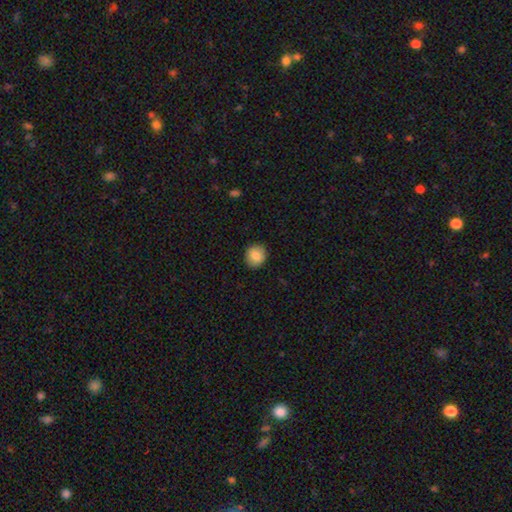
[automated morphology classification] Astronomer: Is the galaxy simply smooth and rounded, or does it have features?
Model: smooth — 83%.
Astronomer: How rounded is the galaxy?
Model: round — 78%.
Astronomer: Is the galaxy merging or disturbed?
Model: none — 91%.